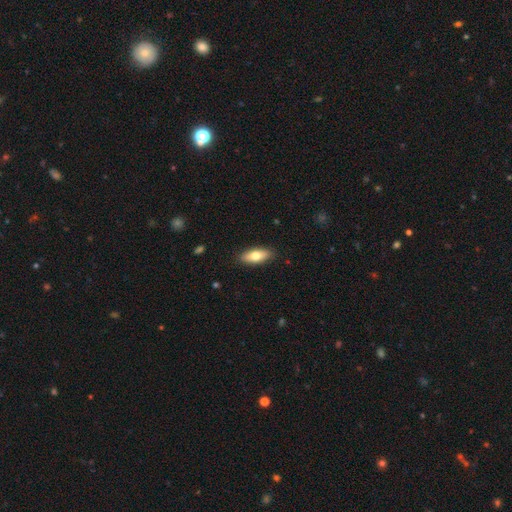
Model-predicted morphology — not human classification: A smooth galaxy with no disk features (73%) that is in between round and cigar-shaped (78%). Merging: none (88%).